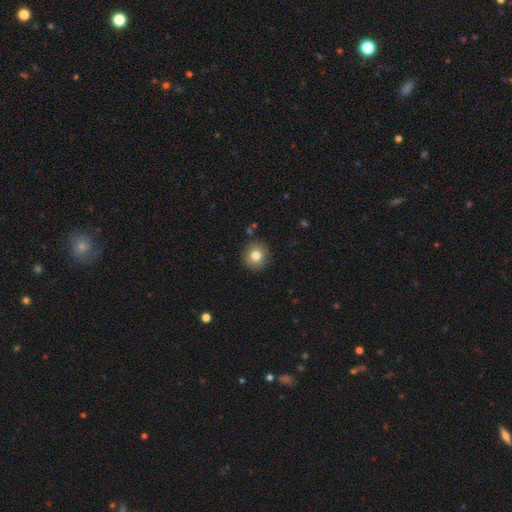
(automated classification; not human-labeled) smooth-or-featured: smooth: 80% | star or artifact: 11% | featured or disk: 10%
  how-rounded: round: 90% | in between: 9% | cigar-shaped: 1%
  merging: none: 89% | minor disturbance: 7% | major disturbance: 2% | merger: 2%